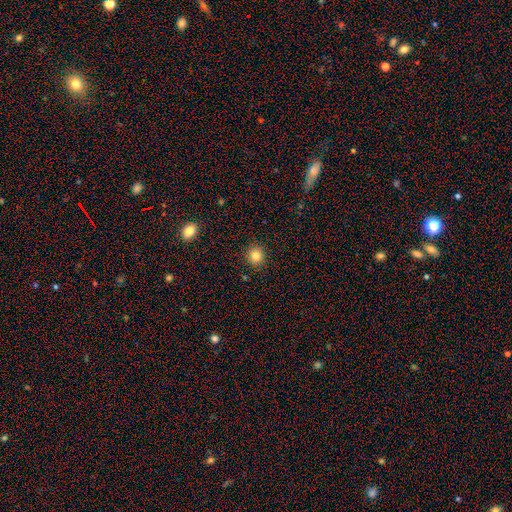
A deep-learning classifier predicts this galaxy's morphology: smooth-or-featured: smooth: 83% | star or artifact: 11% | featured or disk: 6%
  how-rounded: round: 88% | in between: 11% | cigar-shaped: 1%
  merging: none: 90% | minor disturbance: 6% | major disturbance: 2% | merger: 1%